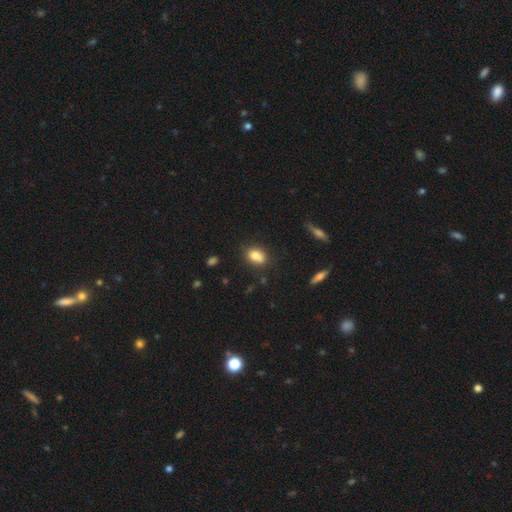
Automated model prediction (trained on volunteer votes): smooth_or_featured: smooth (p=0.80) [alt: featured or disk p=0.11]
how_rounded: in between (p=0.70) [alt: round p=0.28]
merging: none (p=0.64) [alt: minor disturbance p=0.19]